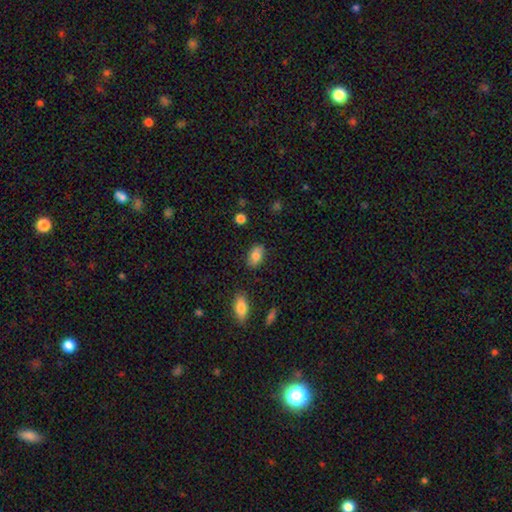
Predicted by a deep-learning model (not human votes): Smooth or featured? smooth (82%)
How rounded? in between (90%)
Merging? none (84%)